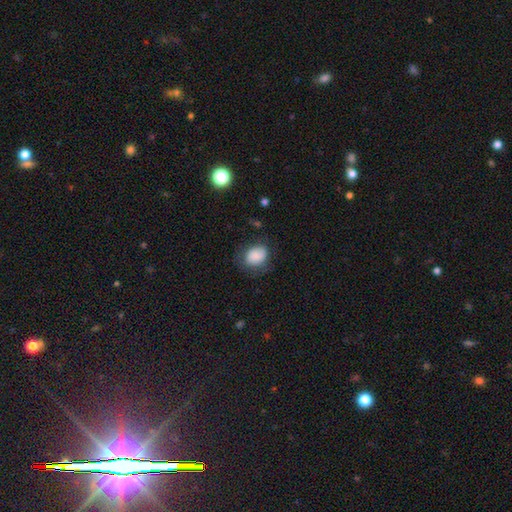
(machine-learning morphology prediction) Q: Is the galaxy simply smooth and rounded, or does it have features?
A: smooth — 86%.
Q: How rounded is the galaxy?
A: in between — 60%.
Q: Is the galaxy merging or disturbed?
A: none — 63%.